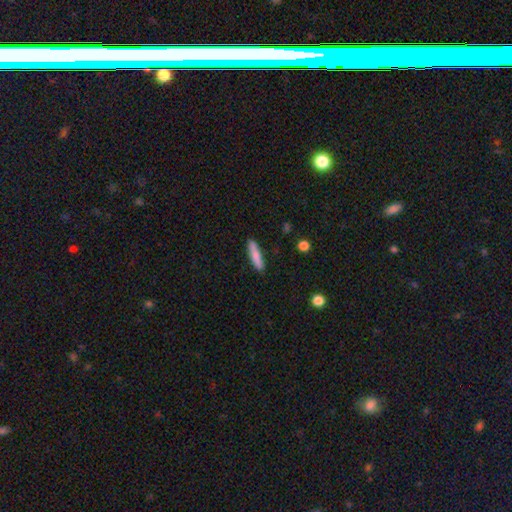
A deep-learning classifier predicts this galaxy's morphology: Smooth or featured?
  - smooth: 82% *
  - featured or disk: 12%
  - star or artifact: 6%
How rounded?
  - cigar-shaped: 83% *
  - in between: 15%
  - round: 2%
Merging?
  - none: 87% *
  - minor disturbance: 9%
  - major disturbance: 2%
  - merger: 2%